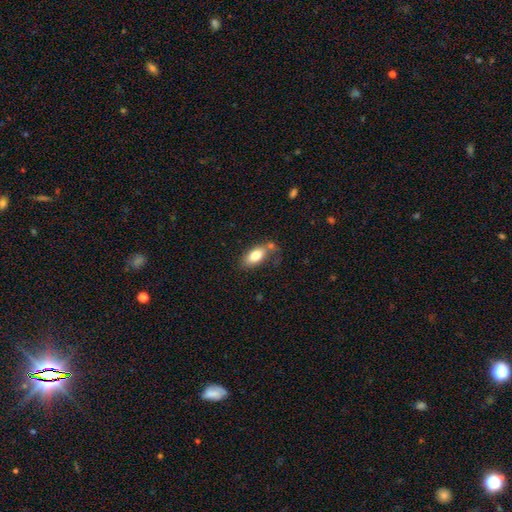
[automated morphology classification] This appears to be a smooth galaxy with no disk features (79%) that is in between round and cigar-shaped (90%). Merging: none (58%).